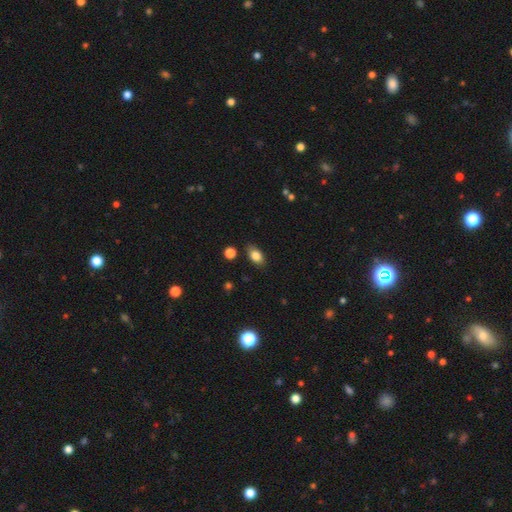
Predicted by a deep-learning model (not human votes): Smooth or featured? Predicted: smooth (p=0.83). How rounded? Predicted: in between (p=0.84). Merging? Predicted: none (p=0.82).